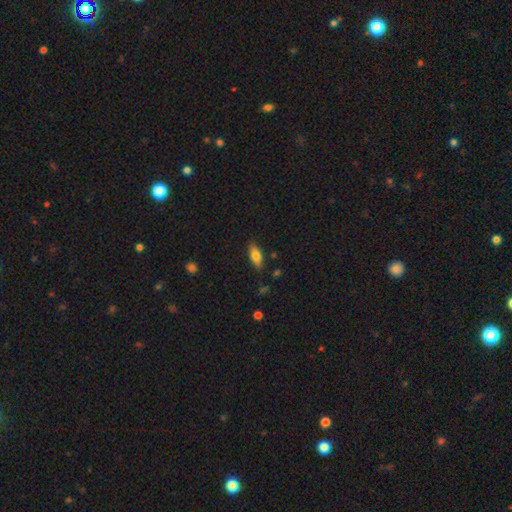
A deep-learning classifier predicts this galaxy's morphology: Smooth or featured: smooth — 73% (featured or disk — 20%)
How rounded: in between — 70% (cigar-shaped — 27%)
Merging: none — 83% (minor disturbance — 13%)